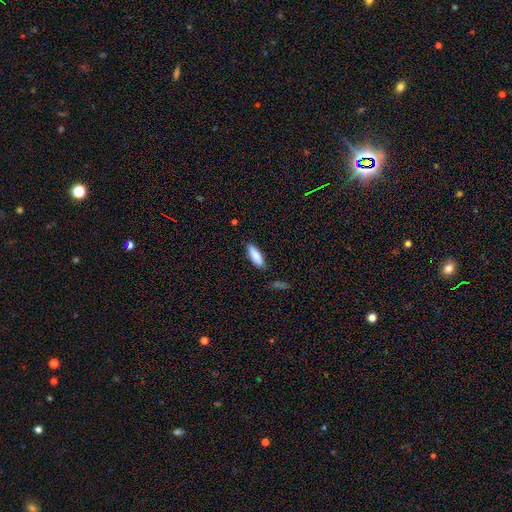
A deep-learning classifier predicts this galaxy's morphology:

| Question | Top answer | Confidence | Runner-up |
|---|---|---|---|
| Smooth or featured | smooth | 87% | featured or disk (7%) |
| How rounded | in between | 57% | cigar-shaped (41%) |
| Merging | none | 83% | minor disturbance (12%) |